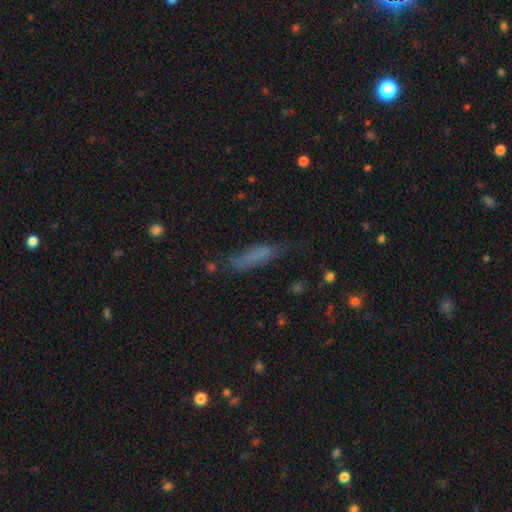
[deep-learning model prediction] A smooth galaxy with no disk features (68%) that is cigar-shaped (70%).

Vote fractions:
- Smooth or featured? smooth: 68% / featured or disk: 19% / star or artifact: 13%
- How rounded? cigar-shaped: 70% / in between: 27% / round: 2%
- Merging? none: 53% / minor disturbance: 29% / major disturbance: 14% / merger: 4%